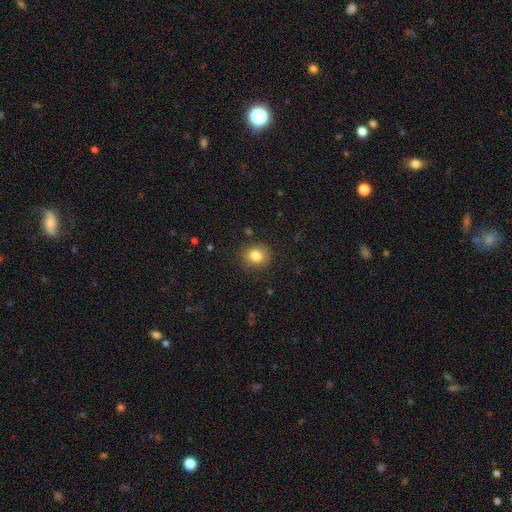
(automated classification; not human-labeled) Smooth or featured?
  - smooth: 83% *
  - star or artifact: 10%
  - featured or disk: 7%
How rounded?
  - round: 73% *
  - in between: 26%
  - cigar-shaped: 1%
Merging?
  - none: 86% *
  - minor disturbance: 10%
  - major disturbance: 3%
  - merger: 1%